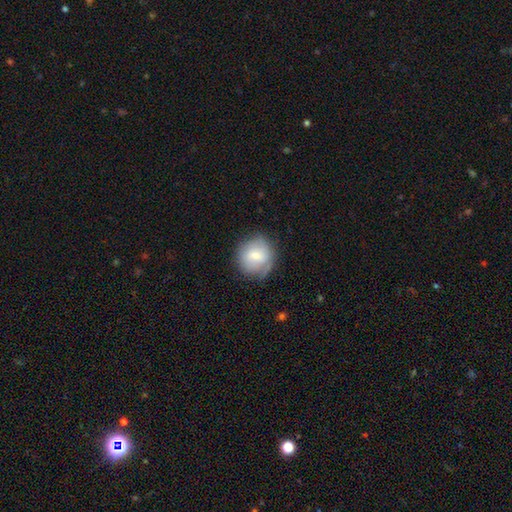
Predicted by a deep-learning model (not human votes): smooth-or-featured: smooth: 65% | featured or disk: 28% | star or artifact: 7%
  how-rounded: round: 88% | in between: 11% | cigar-shaped: 1%
  merging: none: 69% | minor disturbance: 22% | major disturbance: 7% | merger: 2%